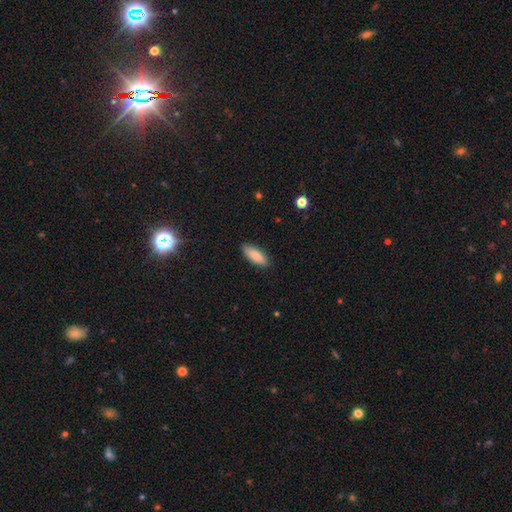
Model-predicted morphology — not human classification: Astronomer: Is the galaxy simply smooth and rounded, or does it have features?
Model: smooth — 84%.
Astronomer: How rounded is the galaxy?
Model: in between — 72%.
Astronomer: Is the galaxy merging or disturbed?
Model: none — 87%.